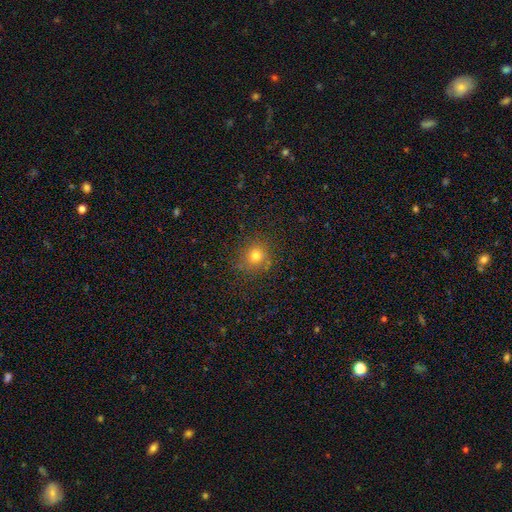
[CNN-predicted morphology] Smooth or featured?
  - smooth: 77% *
  - star or artifact: 16%
  - featured or disk: 7%
How rounded?
  - round: 89% *
  - in between: 10%
  - cigar-shaped: 1%
Merging?
  - none: 83% *
  - minor disturbance: 11%
  - major disturbance: 4%
  - merger: 3%